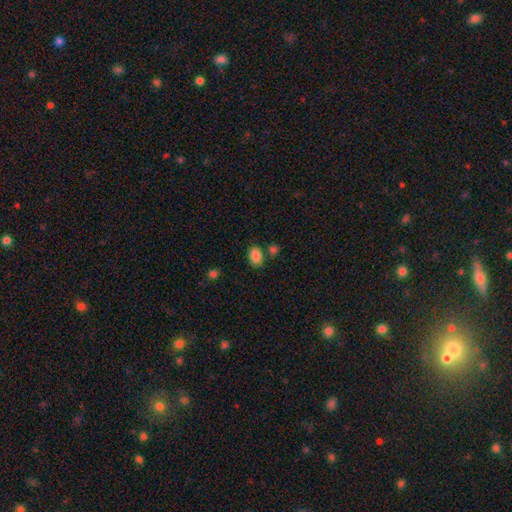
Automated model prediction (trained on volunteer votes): Overall: smooth (87%). How rounded: in between (83%). Merging: none (76%).